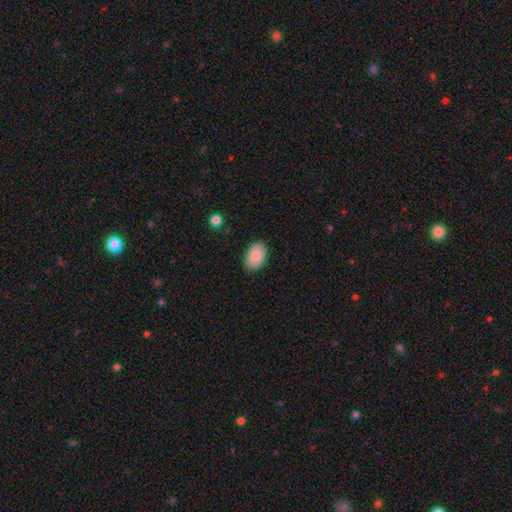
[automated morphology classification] smooth-or-featured: smooth: 89% | star or artifact: 6% | featured or disk: 4%
  how-rounded: in between: 87% | round: 12% | cigar-shaped: 1%
  merging: none: 86% | minor disturbance: 11% | major disturbance: 2% | merger: 1%